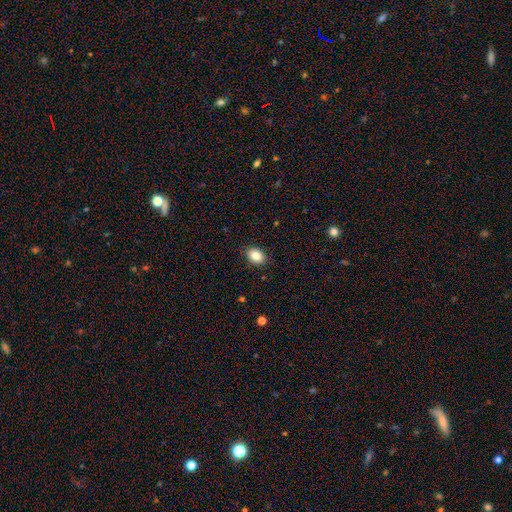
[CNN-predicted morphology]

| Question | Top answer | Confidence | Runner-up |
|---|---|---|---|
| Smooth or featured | smooth | 85% | star or artifact (9%) |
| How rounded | in between | 71% | round (28%) |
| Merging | none | 89% | minor disturbance (8%) |